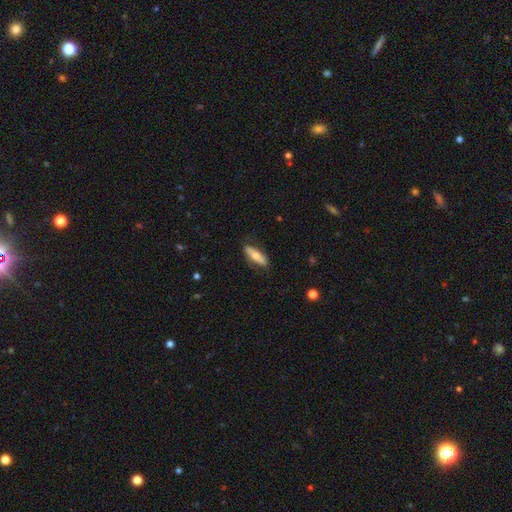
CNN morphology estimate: smooth_or_featured: smooth (p=0.54) [alt: featured or disk p=0.40]
how_rounded: cigar-shaped (p=0.56) [alt: in between p=0.41]
merging: none (p=0.81) [alt: minor disturbance p=0.14]